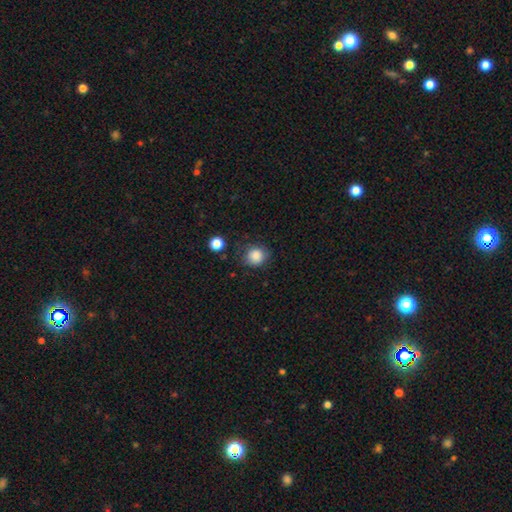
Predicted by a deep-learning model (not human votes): Smooth or featured? smooth (86%)
How rounded? round (85%)
Merging? none (74%)